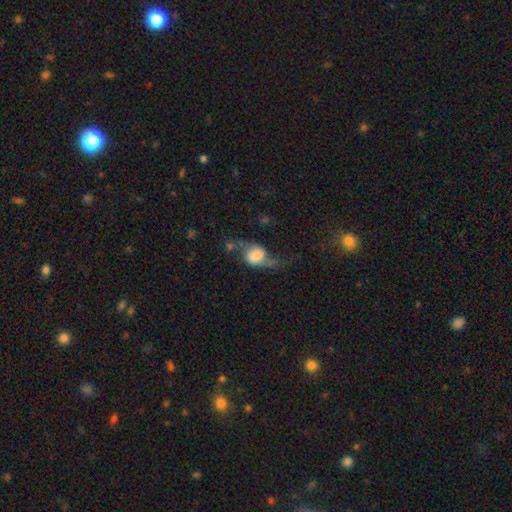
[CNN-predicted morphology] Smooth or featured?
  - featured or disk: 57% *
  - smooth: 34%
  - star or artifact: 9%
Edge-on disk?
  - no: 91% *
  - yes: 9%
Bar?
  - no: 60% *
  - weak: 29%
  - strong: 11%
Spiral arms?
  - yes: 86% *
  - no: 14%
Bulge size?
  - large: 34% *
  - dominant: 30%
  - none: 15%
  - moderate: 12%
  - small: 9%
Merging?
  - none: 40% *
  - major disturbance: 28%
  - minor disturbance: 23%
  - merger: 9%